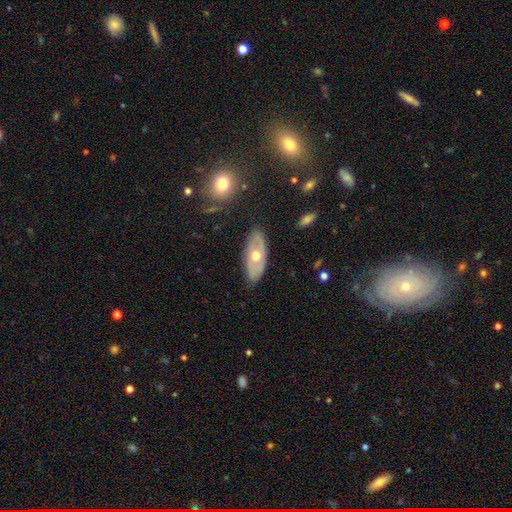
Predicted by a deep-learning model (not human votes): Morphology: type=featured or disk (52%); edge-on=no (75%); merging=none (80%).